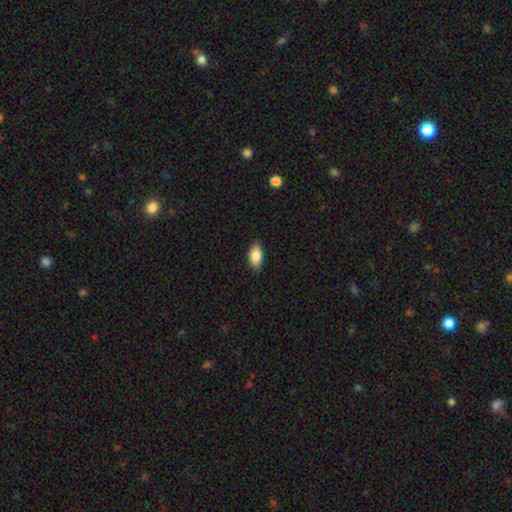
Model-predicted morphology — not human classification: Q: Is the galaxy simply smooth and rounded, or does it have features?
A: smooth — 86%.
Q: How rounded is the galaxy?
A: in between — 92%.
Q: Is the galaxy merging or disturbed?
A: none — 87%.